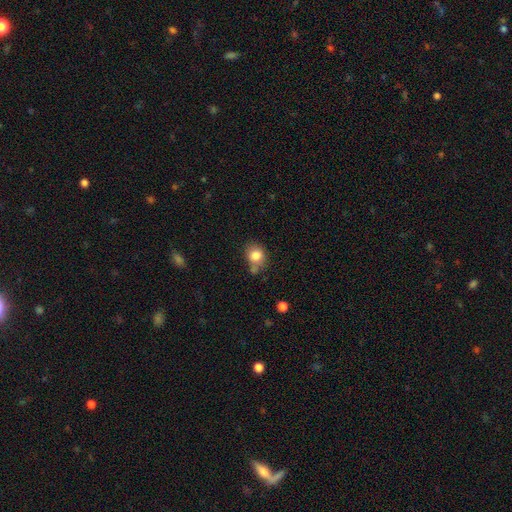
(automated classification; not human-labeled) smooth_or_featured: smooth (p=0.81) [alt: star or artifact p=0.10]
how_rounded: round (p=0.65) [alt: in between p=0.34]
merging: none (p=0.58) [alt: minor disturbance p=0.22]